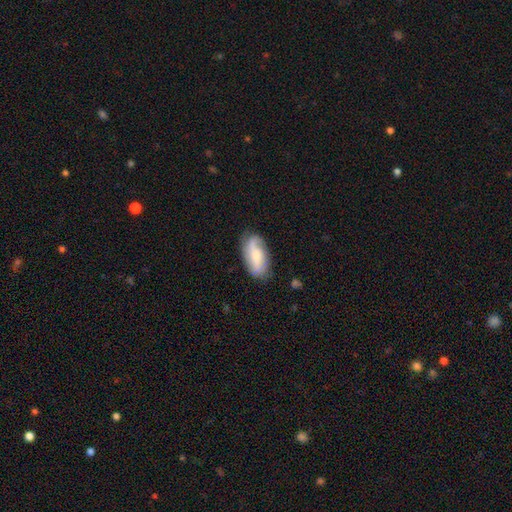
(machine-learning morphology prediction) Smooth or featured? Predicted: featured or disk (p=0.48). Merging? Predicted: none (p=0.69).